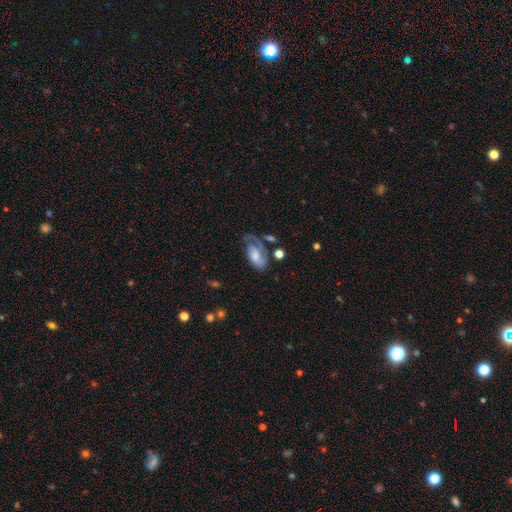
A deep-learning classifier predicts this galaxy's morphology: Overall: featured or disk (60%; smooth 32%). Edge-on disk: no (94%). Bar: no (62%; weak 30%). Spiral arms: yes (85%). Bulge size: moderate (32%; small 27%). Merging: none (40%; major disturbance 28%).